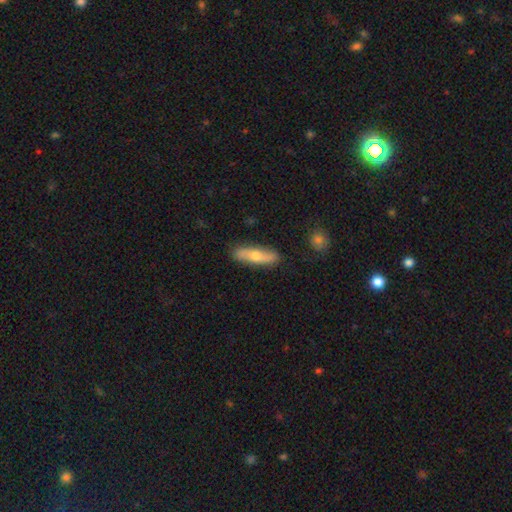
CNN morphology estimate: Smooth or featured: smooth — 56% (featured or disk — 38%)
How rounded: cigar-shaped — 67% (in between — 30%)
Merging: none — 86% (minor disturbance — 10%)